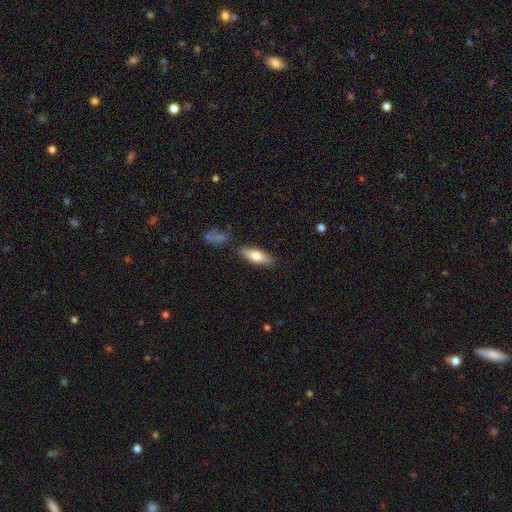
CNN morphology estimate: Q: Smooth or featured?
A: smooth (73%); runner-up: featured or disk (21%)
Q: How rounded?
A: in between (66%); runner-up: cigar-shaped (32%)
Q: Merging?
A: none (81%); runner-up: minor disturbance (12%)